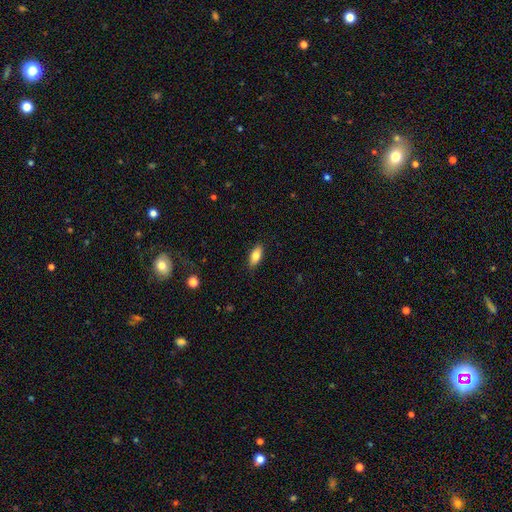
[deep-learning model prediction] Smooth or featured: smooth — 81% (featured or disk — 12%)
How rounded: in between — 85% (cigar-shaped — 12%)
Merging: none — 88% (minor disturbance — 9%)